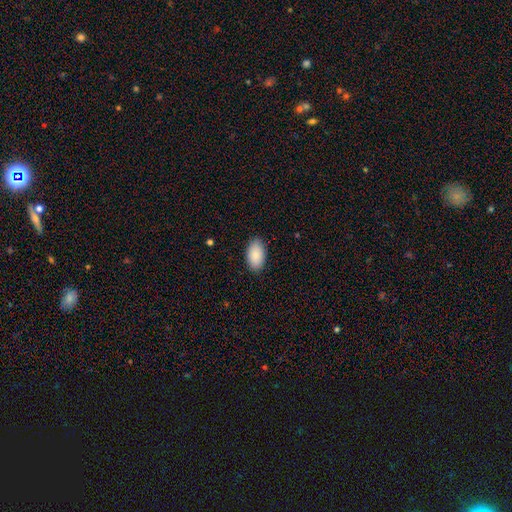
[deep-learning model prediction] A smooth galaxy with no disk features (89%) that is in between round and cigar-shaped (95%).

Vote fractions:
- Smooth or featured? smooth: 89% / star or artifact: 6% / featured or disk: 5%
- How rounded? in between: 95% / round: 3% / cigar-shaped: 2%
- Merging? none: 87% / minor disturbance: 10% / major disturbance: 2% / merger: 1%